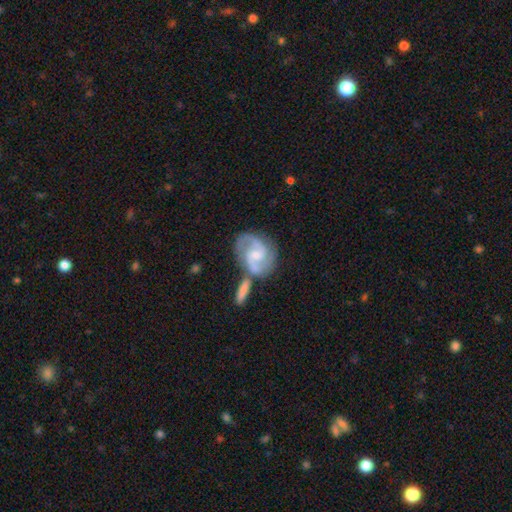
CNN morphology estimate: type=featured or disk (87%); edge-on=no (97%); bar=weak (48%); spiral arms=yes (97%); winding=medium (59%); arm count=2 (86%); bulge=small (51%); merging=none (50%).